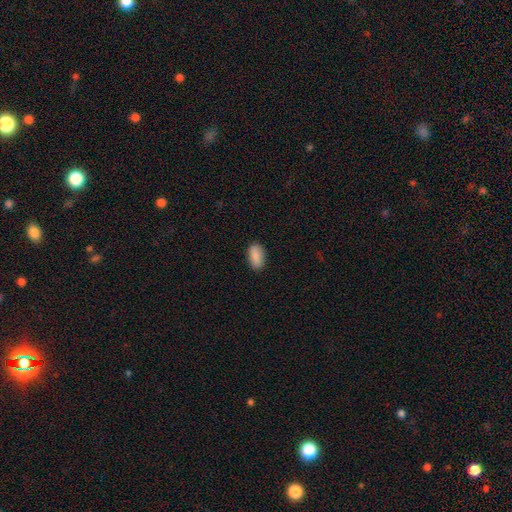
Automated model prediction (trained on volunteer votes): This appears to be a smooth galaxy with no disk features (89%) that is in between round and cigar-shaped (92%). Merging: none (88%).